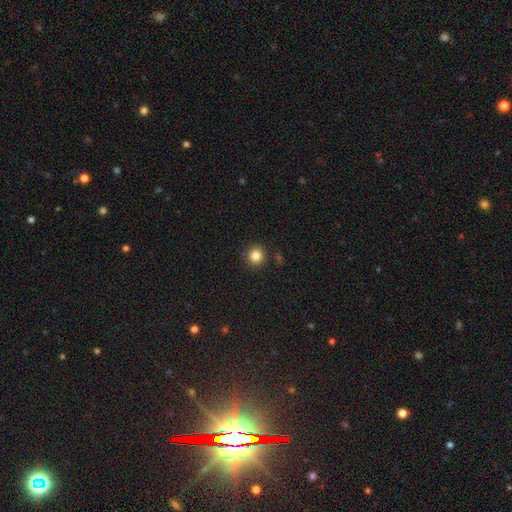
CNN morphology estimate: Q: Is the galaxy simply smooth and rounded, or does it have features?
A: smooth — 85%.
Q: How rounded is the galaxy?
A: round — 92%.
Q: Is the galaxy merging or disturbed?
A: none — 89%.